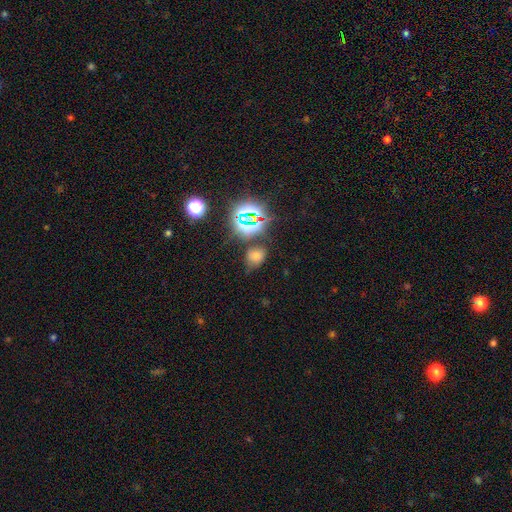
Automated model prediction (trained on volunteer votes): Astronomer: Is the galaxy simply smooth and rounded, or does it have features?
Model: smooth — 58%.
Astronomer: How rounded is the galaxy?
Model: in between — 52% (runner-up: round, 47%).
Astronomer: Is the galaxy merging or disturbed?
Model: none — 66%.